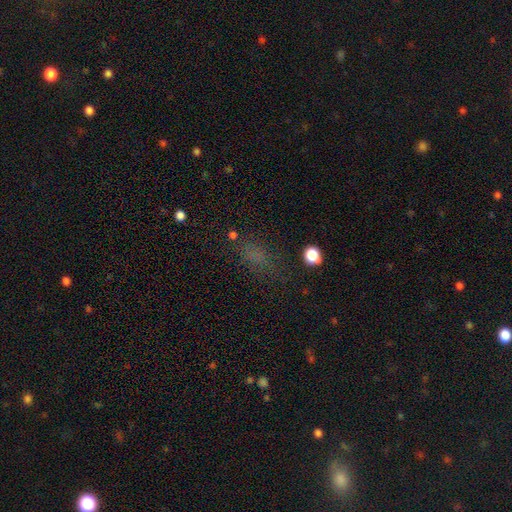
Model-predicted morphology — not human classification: smooth_or_featured: smooth (p=0.61) [alt: star or artifact p=0.27]
how_rounded: in between (p=0.70) [alt: round p=0.17]
merging: none (p=0.65) [alt: minor disturbance p=0.18]